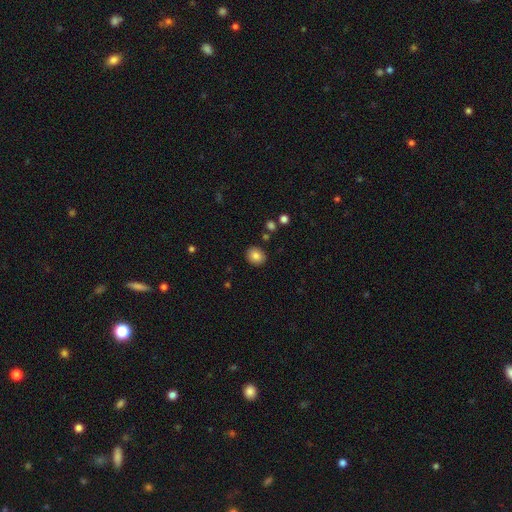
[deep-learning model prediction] Smooth or featured? Predicted: smooth (p=0.83). How rounded? Predicted: round (p=0.72). Merging? Predicted: none (p=0.89).